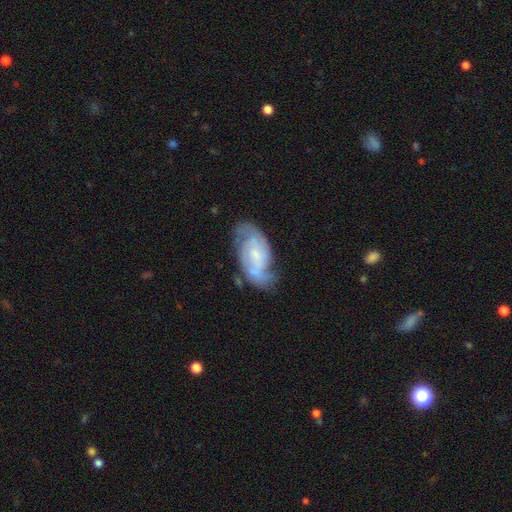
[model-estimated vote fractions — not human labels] The model was most divided on "spiral winding": medium: 43%, tight: 41%, loose: 16%. More confident: edge-on disk — no (96%); spiral arms — yes (91%); smooth or featured — featured or disk (78%); spiral arm count — 2 (66%); bulge size — small (64%); merging — none (62%); bar — no (54%).